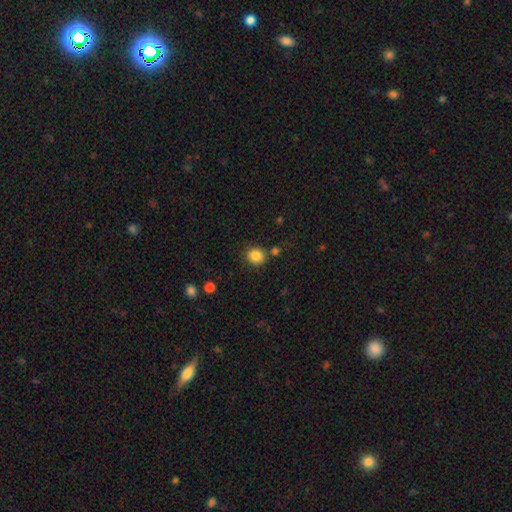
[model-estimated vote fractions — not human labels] smooth-or-featured: smooth: 84% | star or artifact: 10% | featured or disk: 5%
  how-rounded: round: 82% | in between: 17% | cigar-shaped: 1%
  merging: none: 80% | minor disturbance: 10% | merger: 7% | major disturbance: 3%